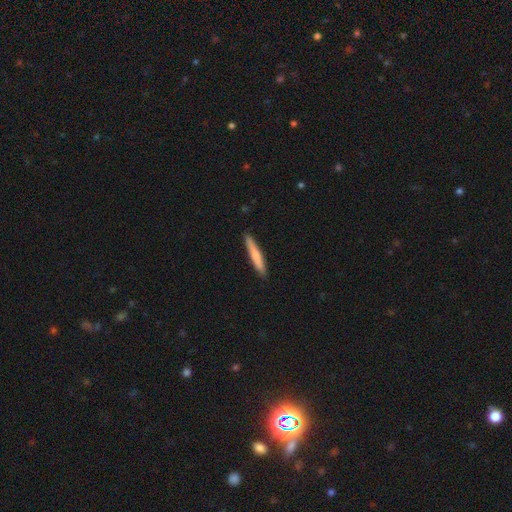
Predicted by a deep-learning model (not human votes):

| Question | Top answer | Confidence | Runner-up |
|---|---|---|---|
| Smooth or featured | smooth | 69% | featured or disk (26%) |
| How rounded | cigar-shaped | 94% | in between (5%) |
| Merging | none | 90% | minor disturbance (8%) |